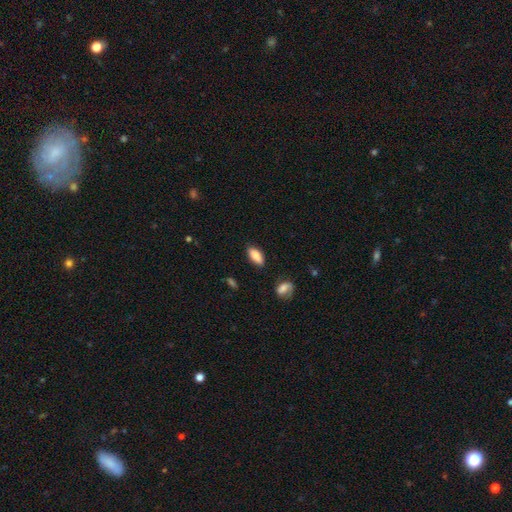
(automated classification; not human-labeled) Morphology: type=smooth (85%); roundness=in between (83%); merging=none (84%).